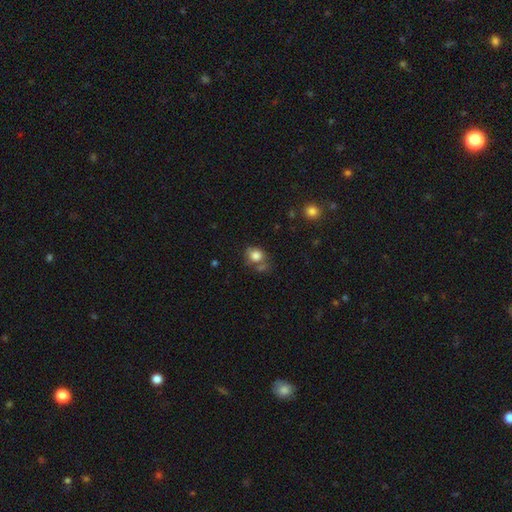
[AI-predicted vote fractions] Q: Smooth or featured?
A: smooth (81%); runner-up: star or artifact (10%)
Q: How rounded?
A: round (56%); runner-up: in between (43%)
Q: Merging?
A: none (53%); runner-up: minor disturbance (20%)